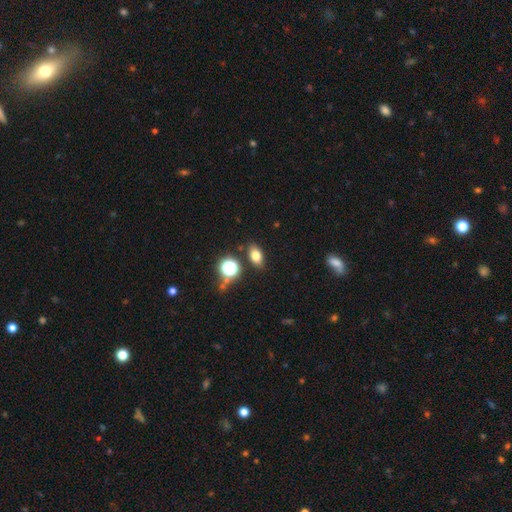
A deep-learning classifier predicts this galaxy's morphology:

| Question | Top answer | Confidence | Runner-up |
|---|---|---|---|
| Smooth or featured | smooth | 75% | star or artifact (15%) |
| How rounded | in between | 80% | round (18%) |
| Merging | none | 83% | minor disturbance (10%) |